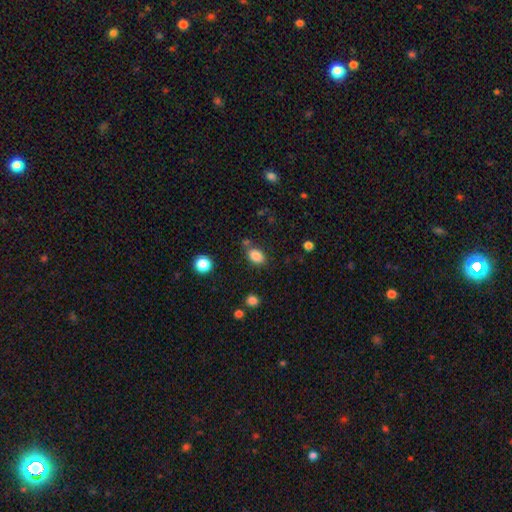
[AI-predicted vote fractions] Smooth or featured: smooth — 86% (star or artifact — 10%)
How rounded: in between — 82% (round — 17%)
Merging: none — 71% (minor disturbance — 15%)